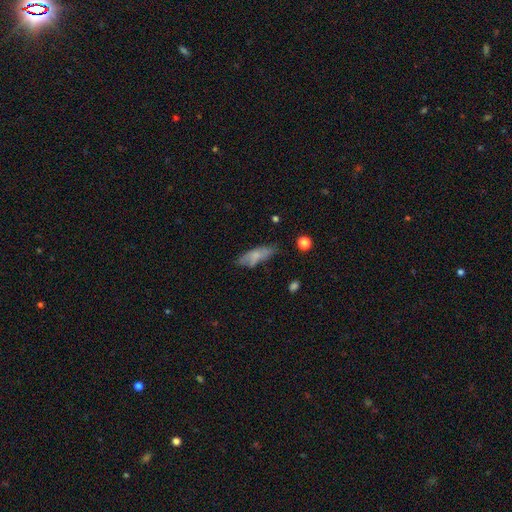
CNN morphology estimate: smooth-or-featured: smooth: 69% | featured or disk: 24% | star or artifact: 8%
  how-rounded: in between: 55% | cigar-shaped: 43% | round: 2%
  merging: none: 61% | minor disturbance: 27% | major disturbance: 8% | merger: 4%